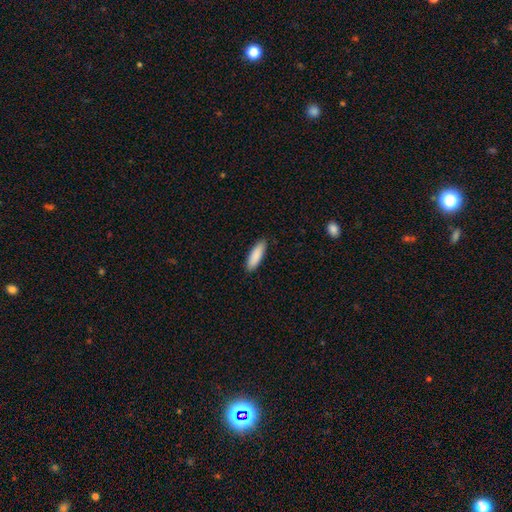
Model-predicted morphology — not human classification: Smooth or featured?
  - smooth: 89% *
  - featured or disk: 6%
  - star or artifact: 5%
How rounded?
  - cigar-shaped: 54% *
  - in between: 45%
  - round: 1%
Merging?
  - none: 89% *
  - minor disturbance: 9%
  - major disturbance: 2%
  - merger: 1%